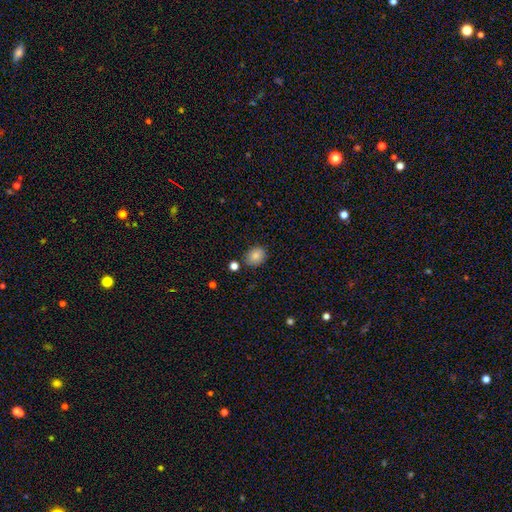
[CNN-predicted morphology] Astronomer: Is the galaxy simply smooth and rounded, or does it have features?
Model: smooth — 85%.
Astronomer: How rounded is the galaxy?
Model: round — 53% (runner-up: in between, 46%).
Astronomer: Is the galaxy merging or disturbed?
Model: none — 82%.